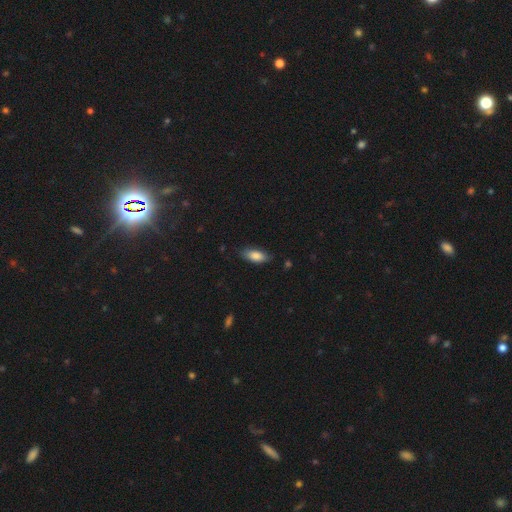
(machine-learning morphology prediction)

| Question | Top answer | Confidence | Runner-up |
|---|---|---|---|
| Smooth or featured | smooth | 85% | featured or disk (8%) |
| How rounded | in between | 85% | cigar-shaped (13%) |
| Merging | none | 80% | minor disturbance (16%) |